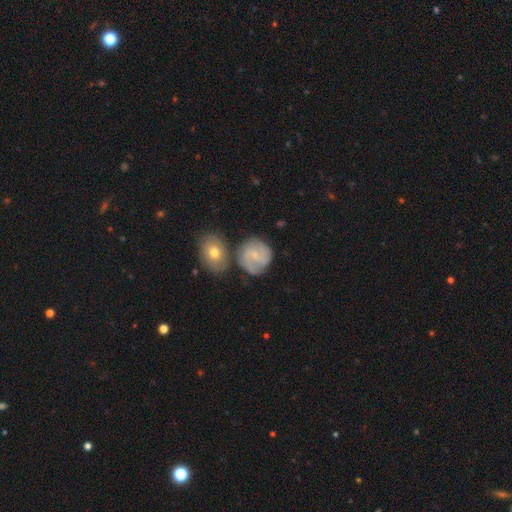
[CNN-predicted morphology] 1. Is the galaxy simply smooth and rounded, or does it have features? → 59% featured or disk, 34% smooth, 7% star or artifact.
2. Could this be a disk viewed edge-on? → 97% no, 3% yes.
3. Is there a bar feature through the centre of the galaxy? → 51% no, 42% weak, 6% strong.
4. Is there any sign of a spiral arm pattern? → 88% yes, 12% no.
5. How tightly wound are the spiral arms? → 44% medium, 40% tight, 16% loose.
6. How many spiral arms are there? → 54% 2, 21% can't tell, 15% 3, 4% 1, 3% 4, 3% more than 4.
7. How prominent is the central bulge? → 68% small, 17% moderate, 13% none, 1% large, 1% dominant.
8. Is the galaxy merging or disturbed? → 65% none, 17% minor disturbance, 13% merger, 5% major disturbance.